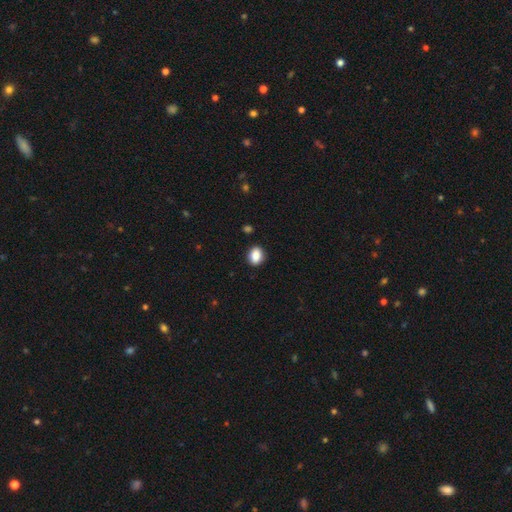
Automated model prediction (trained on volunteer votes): A smooth galaxy with no disk features (87%) that is in between round and cigar-shaped (62%). Merging: none (88%).